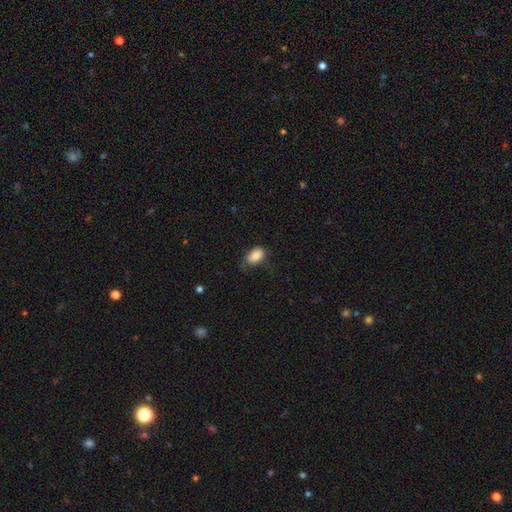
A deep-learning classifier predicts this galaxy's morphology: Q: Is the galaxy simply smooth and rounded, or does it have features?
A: smooth — 87%.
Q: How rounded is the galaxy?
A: in between — 90%.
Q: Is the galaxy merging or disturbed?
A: none — 58%.